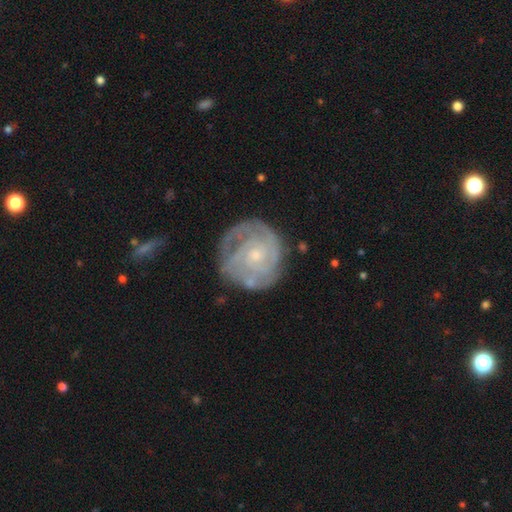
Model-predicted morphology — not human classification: Smooth or featured?
  - featured or disk: 81% *
  - smooth: 13%
  - star or artifact: 6%
Edge-on disk?
  - no: 98% *
  - yes: 2%
Bar?
  - no: 76% *
  - weak: 20%
  - strong: 3%
Spiral arms?
  - yes: 92% *
  - no: 8%
Spiral winding?
  - tight: 74% *
  - medium: 21%
  - loose: 5%
Spiral arm count?
  - can't tell: 37% *
  - 3: 21%
  - 2: 20%
  - 4: 10%
  - 1: 6%
  - more than 4: 5%
Bulge size?
  - small: 70% *
  - moderate: 25%
  - none: 3%
  - large: 1%
  - dominant: 1%
Merging?
  - none: 72% *
  - minor disturbance: 18%
  - major disturbance: 8%
  - merger: 3%